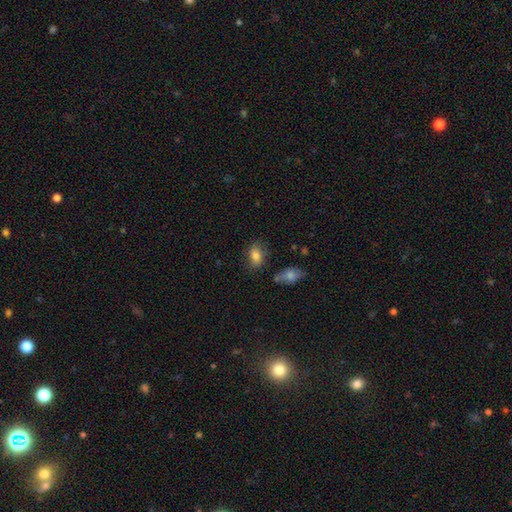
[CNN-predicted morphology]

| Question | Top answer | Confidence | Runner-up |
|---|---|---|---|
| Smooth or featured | smooth | 81% | featured or disk (10%) |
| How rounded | in between | 81% | round (17%) |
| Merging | none | 71% | minor disturbance (19%) |